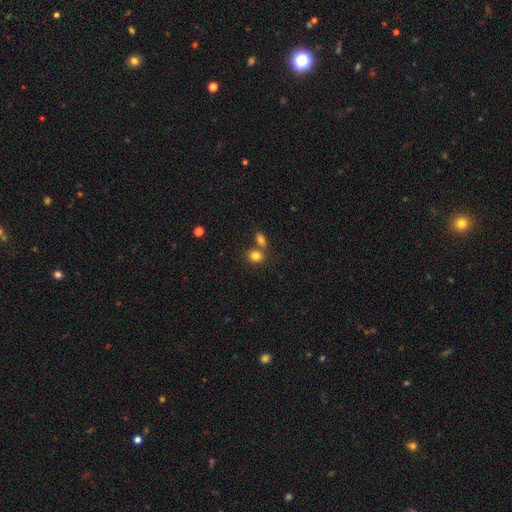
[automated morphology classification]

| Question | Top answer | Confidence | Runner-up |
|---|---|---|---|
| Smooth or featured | smooth | 82% | star or artifact (11%) |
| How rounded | round | 52% | in between (47%) |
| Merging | none | 49% | merger (38%) |